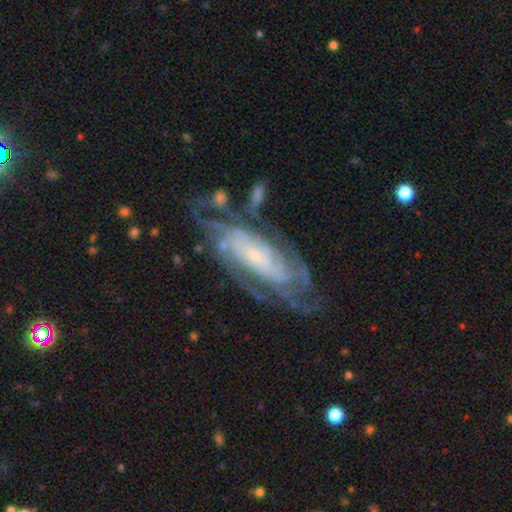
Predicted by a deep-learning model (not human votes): Morphology: type=featured or disk (84%); edge-on=no (91%); bar=no (60%); spiral arms=yes (94%); winding=tight (66%); arm count=can't tell (42%); bulge=small (67%); merging=none (62%).